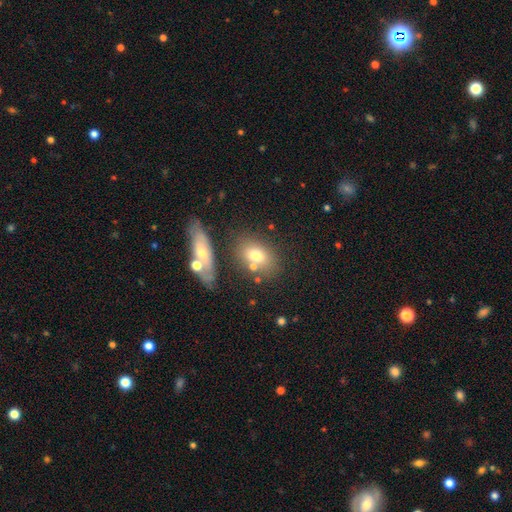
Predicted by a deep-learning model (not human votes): Smooth or featured?
  - smooth: 71% *
  - featured or disk: 18%
  - star or artifact: 10%
How rounded?
  - in between: 70% *
  - round: 27%
  - cigar-shaped: 3%
Merging?
  - none: 58% *
  - merger: 21%
  - minor disturbance: 15%
  - major disturbance: 6%